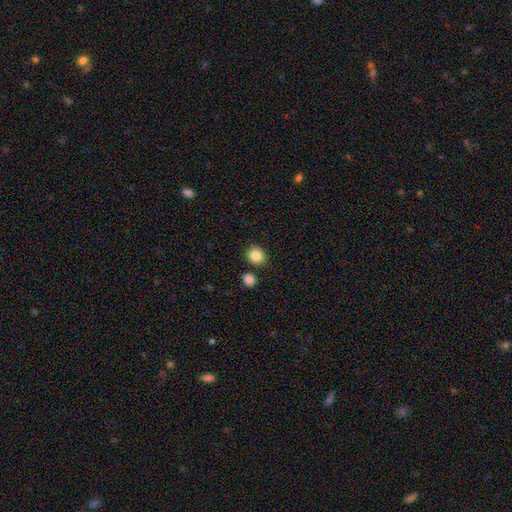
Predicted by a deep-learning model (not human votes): Smooth or featured? smooth (86%)
How rounded? round (74%)
Merging? none (81%)